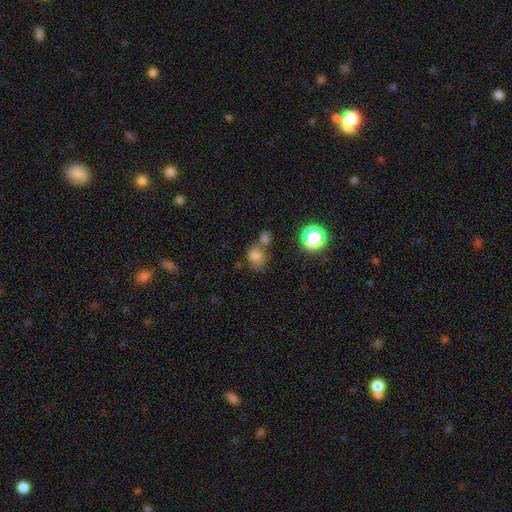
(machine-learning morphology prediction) Smooth or featured: smooth — 75% (star or artifact — 17%)
How rounded: round — 62% (in between — 37%)
Merging: none — 48% (merger — 31%)